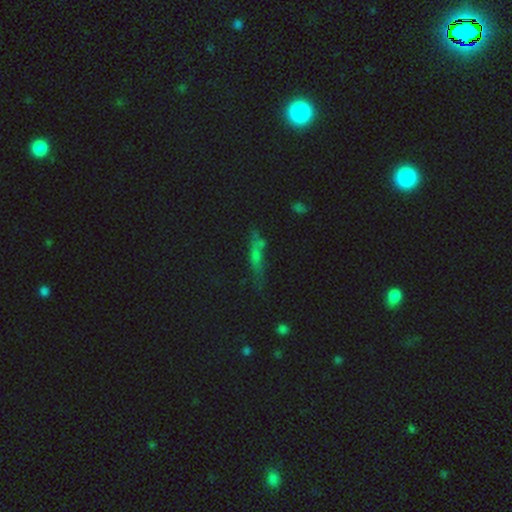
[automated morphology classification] Smooth or featured: star or artifact — 36% (featured or disk — 34%)